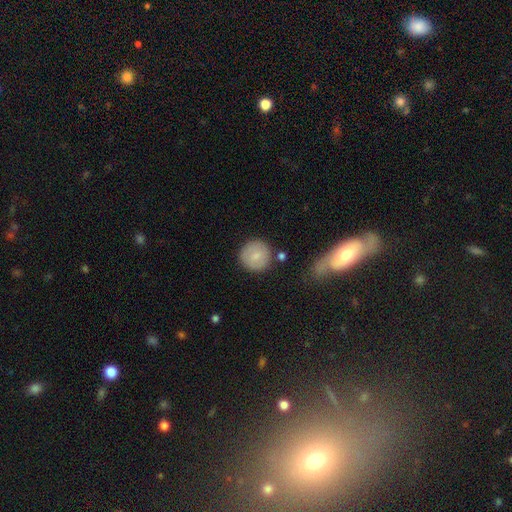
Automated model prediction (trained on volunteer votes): Smooth or featured? Predicted: smooth (p=0.80). How rounded? Predicted: round (p=0.94). Merging? Predicted: none (p=0.84).